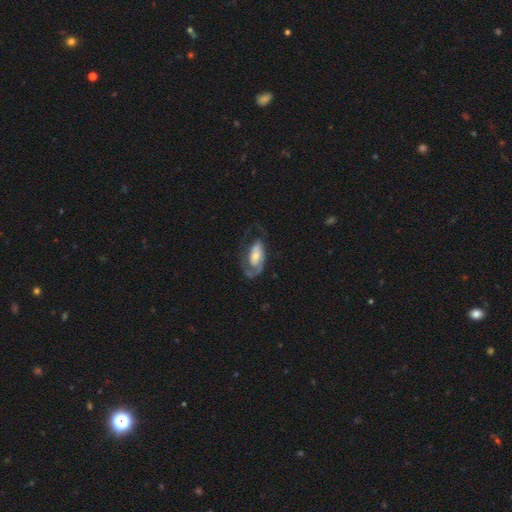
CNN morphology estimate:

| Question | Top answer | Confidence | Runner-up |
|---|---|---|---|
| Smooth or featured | featured or disk | 66% | smooth (29%) |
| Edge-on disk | no | 94% | yes (6%) |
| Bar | no | 62% | weak (28%) |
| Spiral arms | yes | 82% | no (18%) |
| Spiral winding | medium | 38% | tight (35%) |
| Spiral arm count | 1 | 48% | 2 (35%) |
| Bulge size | moderate | 43% | small (33%) |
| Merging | none | 42% | major disturbance (35%) |